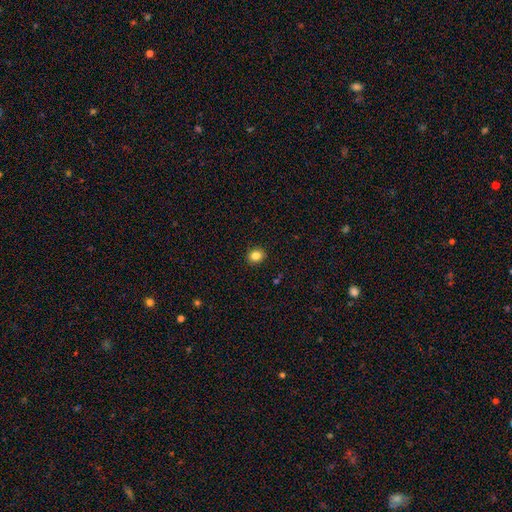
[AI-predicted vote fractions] smooth-or-featured: smooth: 83% | star or artifact: 11% | featured or disk: 5%
  how-rounded: round: 72% | in between: 27% | cigar-shaped: 1%
  merging: none: 91% | minor disturbance: 6% | major disturbance: 2% | merger: 1%